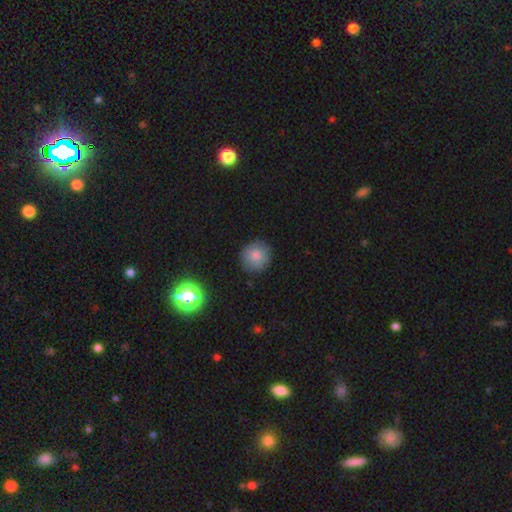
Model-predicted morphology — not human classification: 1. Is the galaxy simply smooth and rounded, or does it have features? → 82% smooth, 9% star or artifact, 9% featured or disk.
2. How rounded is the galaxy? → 92% round, 7% in between, 1% cigar-shaped.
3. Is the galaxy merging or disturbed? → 86% none, 10% minor disturbance, 2% major disturbance, 1% merger.